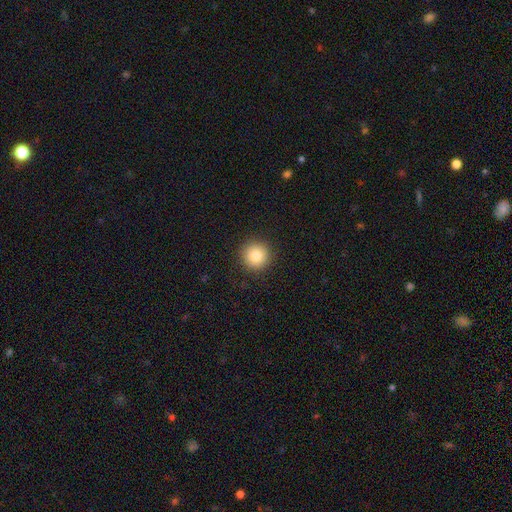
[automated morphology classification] smooth_or_featured: smooth (p=0.83) [alt: star or artifact p=0.10]
how_rounded: round (p=0.95) [alt: in between p=0.04]
merging: none (p=0.92) [alt: minor disturbance p=0.05]